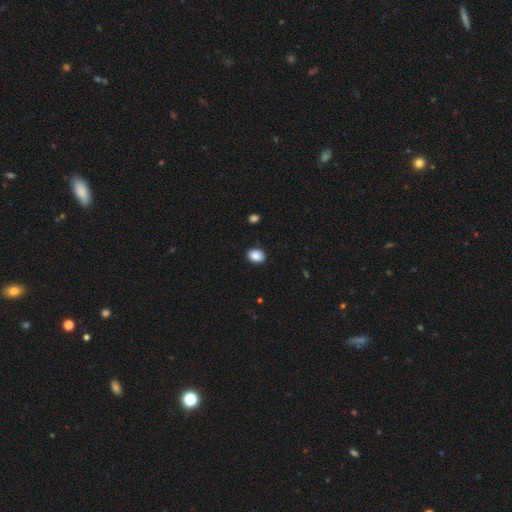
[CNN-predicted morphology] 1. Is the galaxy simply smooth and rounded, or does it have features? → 88% smooth, 8% star or artifact, 4% featured or disk.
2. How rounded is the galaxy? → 63% in between, 36% round, 1% cigar-shaped.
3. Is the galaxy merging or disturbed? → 88% none, 9% minor disturbance, 2% major disturbance, 1% merger.